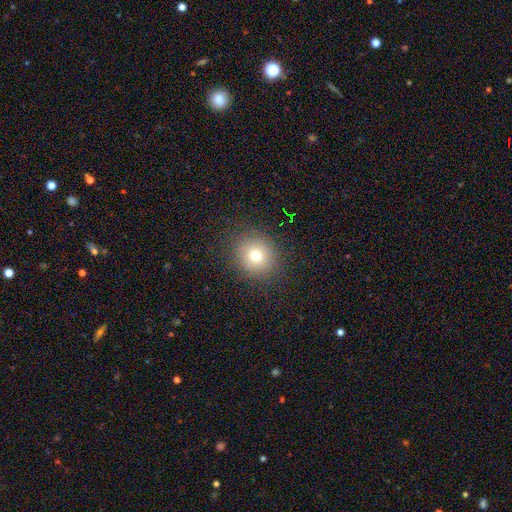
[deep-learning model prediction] Smooth or featured?
  - smooth: 71% *
  - star or artifact: 17%
  - featured or disk: 12%
How rounded?
  - round: 85% *
  - in between: 14%
  - cigar-shaped: 1%
Merging?
  - none: 87% *
  - minor disturbance: 8%
  - major disturbance: 4%
  - merger: 1%